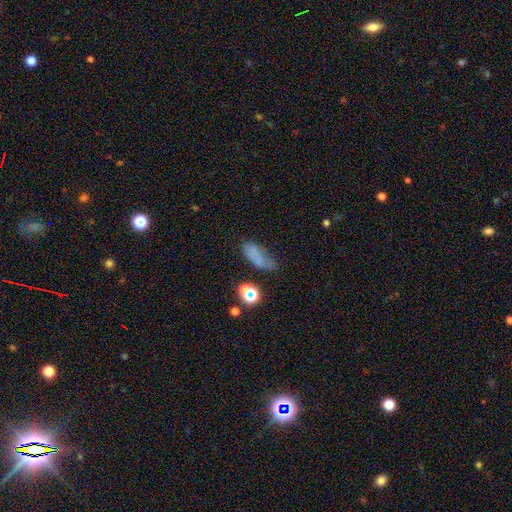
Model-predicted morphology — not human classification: Overall: smooth (59%; star or artifact 23%). How rounded: in between (73%). Merging: none (42%; minor disturbance 29%).